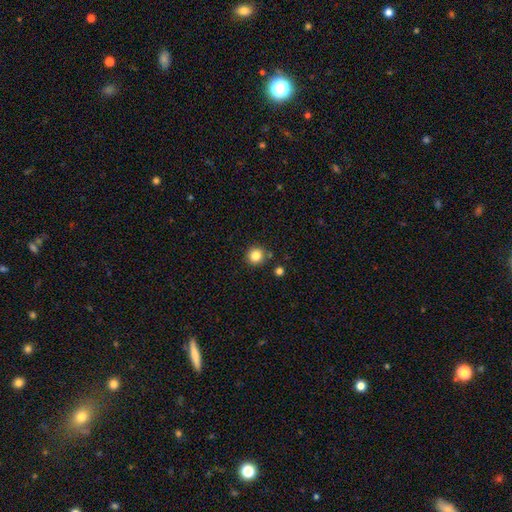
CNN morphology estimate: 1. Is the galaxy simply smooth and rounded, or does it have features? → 84% smooth, 11% star or artifact, 5% featured or disk.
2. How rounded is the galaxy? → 94% round, 5% in between, 1% cigar-shaped.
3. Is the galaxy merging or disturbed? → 85% none, 8% minor disturbance, 5% merger, 2% major disturbance.